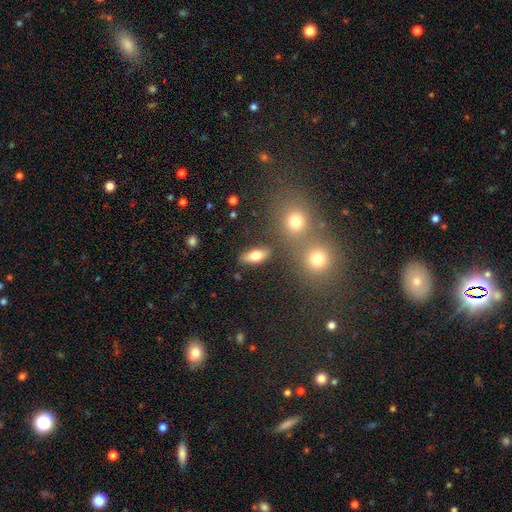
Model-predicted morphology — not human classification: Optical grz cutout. It shows a smooth galaxy with no disk features (75%) that is in between round and cigar-shaped (81%). Merging: none (82%).